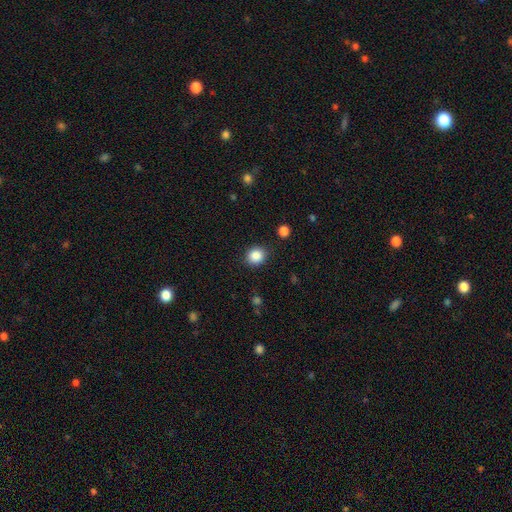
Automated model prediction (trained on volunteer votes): A smooth galaxy with no disk features (87%) that is round (74%).

Vote fractions:
- Smooth or featured? smooth: 87% / star or artifact: 9% / featured or disk: 4%
- How rounded? round: 74% / in between: 25% / cigar-shaped: 1%
- Merging? none: 88% / minor disturbance: 8% / major disturbance: 3% / merger: 2%